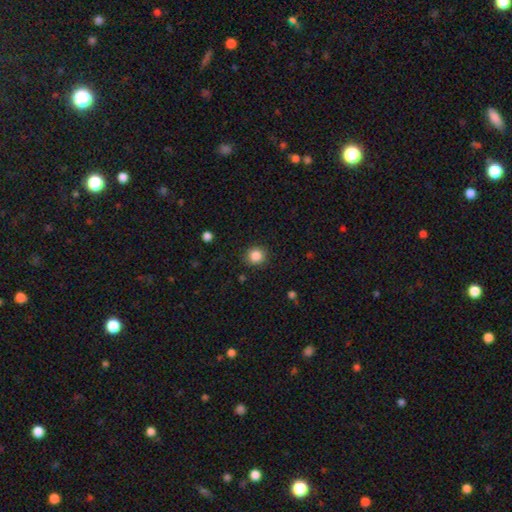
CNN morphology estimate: This is clearly a smooth galaxy (86%). How rounded: clearly round (89%). Merging: clearly none (89%).